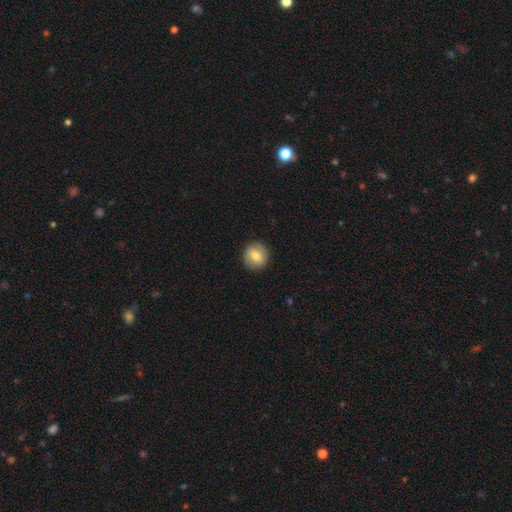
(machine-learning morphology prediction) This appears to be a smooth galaxy with no disk features (69%) that is round (90%). Merging: none (89%).